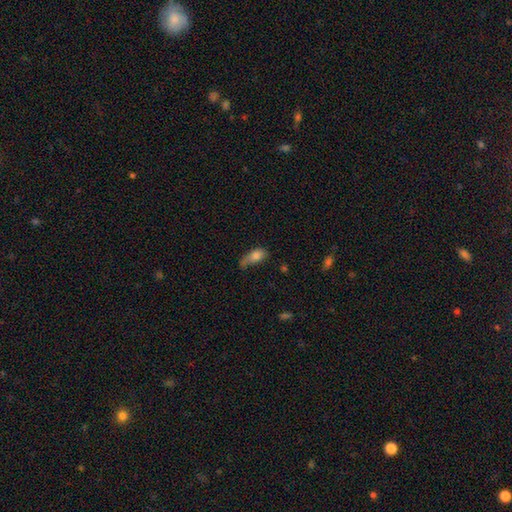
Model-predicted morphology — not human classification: Smooth or featured? smooth (78%)
How rounded? in between (80%)
Merging? minor disturbance (34%)